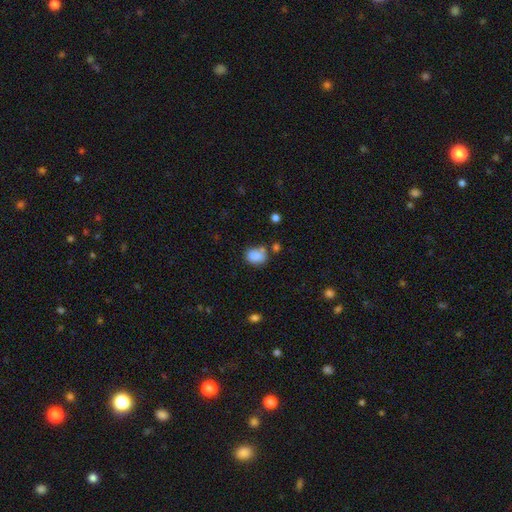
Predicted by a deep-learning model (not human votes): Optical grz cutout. It shows a smooth galaxy with no disk features (83%) that is in between round and cigar-shaped (62%). Merging: none (53%).